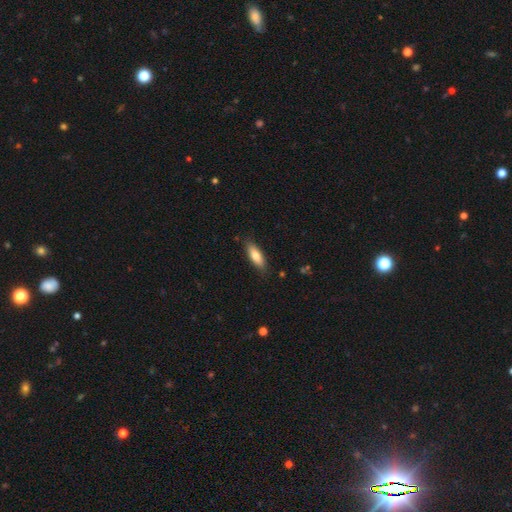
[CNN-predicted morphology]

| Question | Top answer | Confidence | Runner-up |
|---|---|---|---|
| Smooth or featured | smooth | 76% | featured or disk (18%) |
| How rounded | in between | 60% | cigar-shaped (38%) |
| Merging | none | 85% | minor disturbance (12%) |